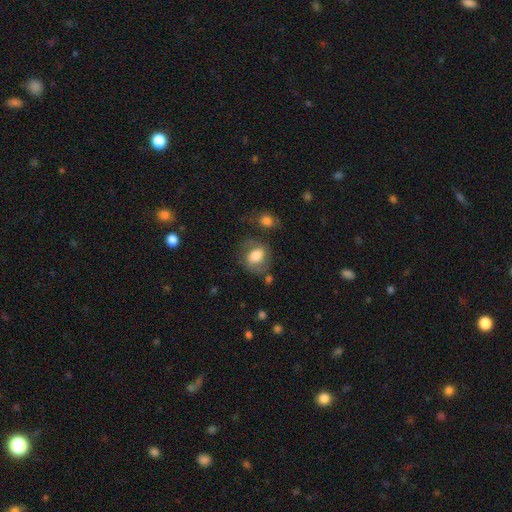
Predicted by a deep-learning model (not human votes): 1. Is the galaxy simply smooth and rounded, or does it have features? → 61% smooth, 31% featured or disk, 8% star or artifact.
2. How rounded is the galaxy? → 50% round, 49% in between, 1% cigar-shaped.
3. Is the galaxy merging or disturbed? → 55% none, 23% minor disturbance, 15% major disturbance, 7% merger.